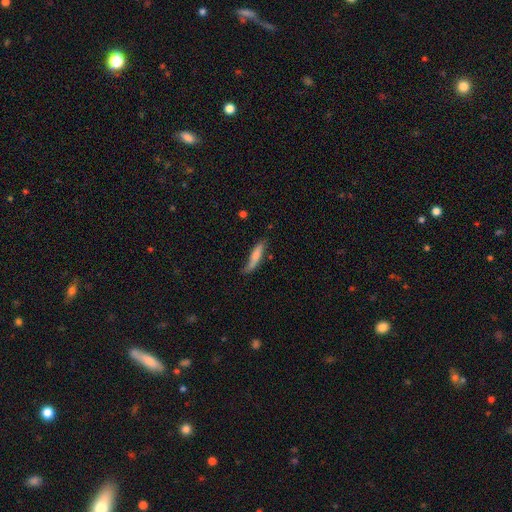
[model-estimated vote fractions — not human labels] Smooth or featured: smooth — 69% (featured or disk — 24%)
How rounded: cigar-shaped — 80% (in between — 19%)
Merging: none — 56% (minor disturbance — 31%)